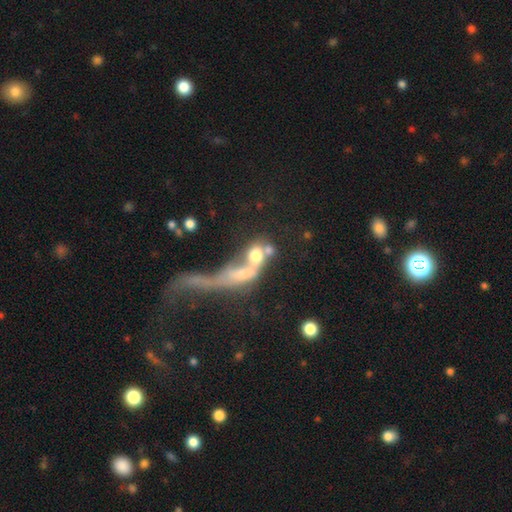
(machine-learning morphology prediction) smooth-or-featured: smooth: 57% | featured or disk: 30% | star or artifact: 13%
  how-rounded: in between: 52% | round: 39% | cigar-shaped: 9%
  merging: merger: 71% | major disturbance: 13% | none: 11% | minor disturbance: 5%